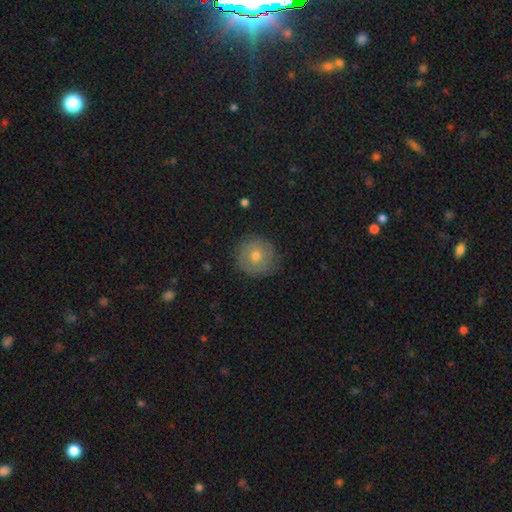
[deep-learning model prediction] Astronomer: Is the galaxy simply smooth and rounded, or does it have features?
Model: smooth — 55% (runner-up: featured or disk, 35%).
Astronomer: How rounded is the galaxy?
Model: round — 93%.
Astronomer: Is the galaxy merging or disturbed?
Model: none — 84%.